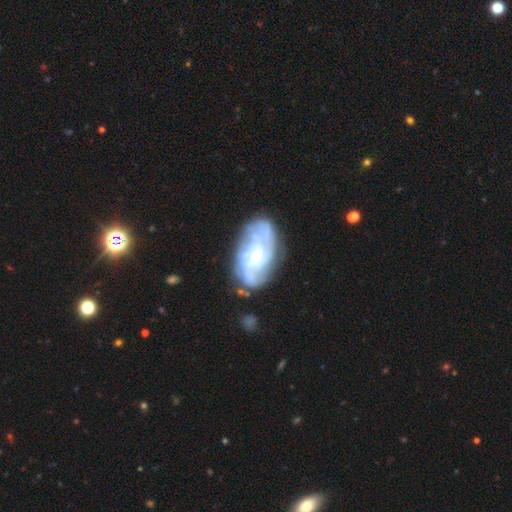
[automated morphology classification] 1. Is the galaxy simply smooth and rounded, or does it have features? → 78% featured or disk, 16% smooth, 6% star or artifact.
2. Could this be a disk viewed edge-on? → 96% no, 4% yes.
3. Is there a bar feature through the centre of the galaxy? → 66% no, 28% weak, 5% strong.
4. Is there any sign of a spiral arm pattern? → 90% yes, 10% no.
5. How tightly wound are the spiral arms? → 53% tight, 35% medium, 11% loose.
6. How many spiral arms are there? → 38% can't tell, 22% 2, 18% 3, 12% 4, 5% more than 4, 4% 1.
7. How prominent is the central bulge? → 66% small, 26% moderate, 5% none, 2% large, 1% dominant.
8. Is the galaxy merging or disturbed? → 71% none, 19% minor disturbance, 7% major disturbance, 3% merger.